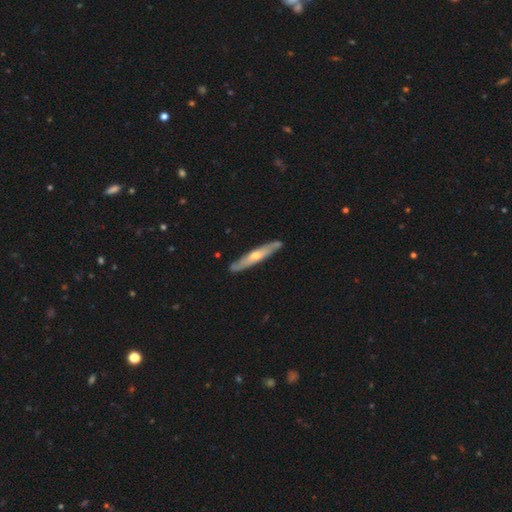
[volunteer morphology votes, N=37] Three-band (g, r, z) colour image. It shows a featured or disk galaxy (68%) viewed edge-on (72%) with a rounded central bulge (78%). Merging: none (100%).